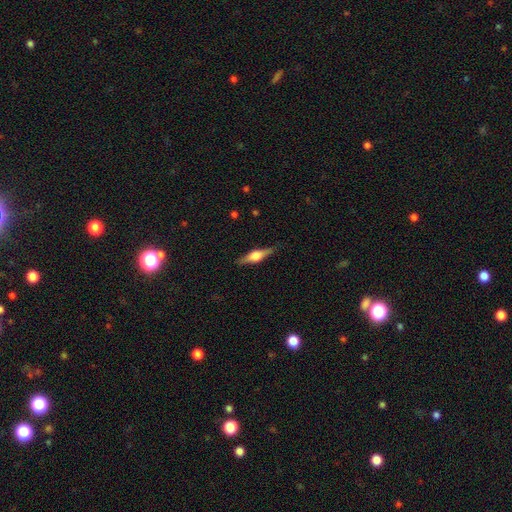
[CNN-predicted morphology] This is likely a featured or disk galaxy (71%). It is clearly viewed edge-on (97%). Edge-on bulge: clearly rounded (89%). Merging: clearly none (88%).